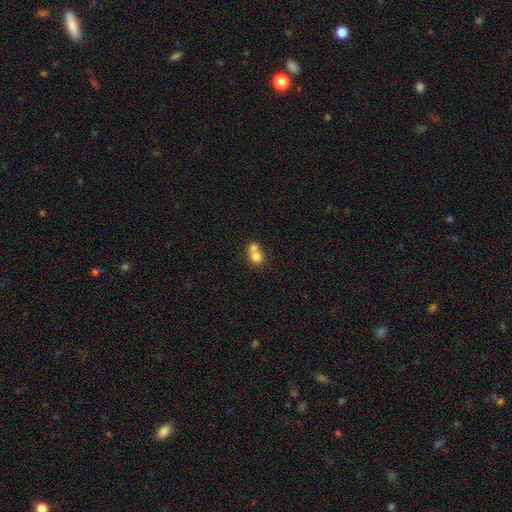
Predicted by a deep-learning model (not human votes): smooth_or_featured: smooth (p=0.75) [alt: featured or disk p=0.15]
how_rounded: round (p=0.76) [alt: in between p=0.23]
merging: merger (p=0.64) [alt: none p=0.29]